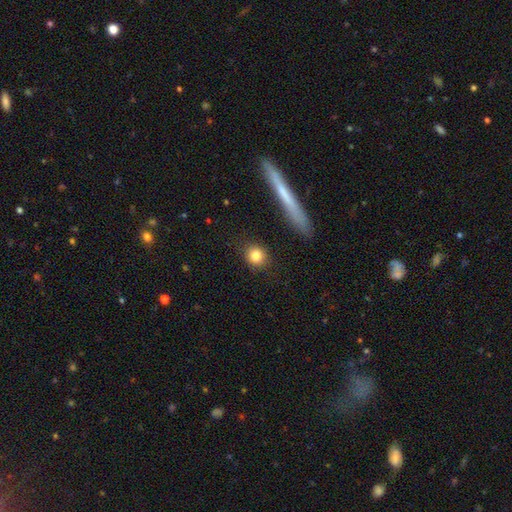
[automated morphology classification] Smooth or featured: smooth — 82% (star or artifact — 10%)
How rounded: round — 85% (in between — 13%)
Merging: none — 88% (minor disturbance — 7%)